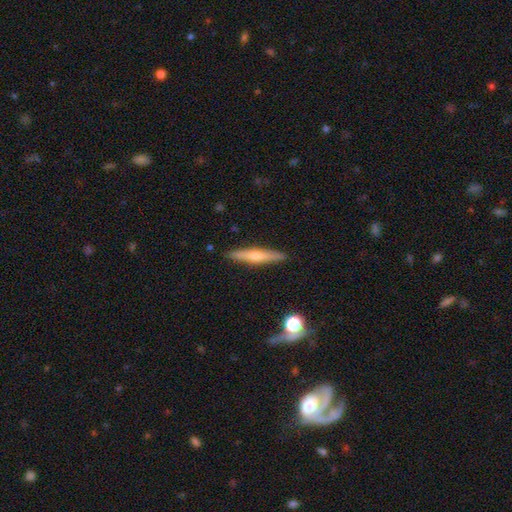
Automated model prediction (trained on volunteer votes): smooth-or-featured: featured or disk: 63% | smooth: 30% | star or artifact: 8%
  disk-edge-on: yes: 95% | no: 5%
    edge-on-bulge: rounded: 84% | none: 11% | boxy: 4%
  merging: none: 88% | minor disturbance: 9% | major disturbance: 2% | merger: 2%